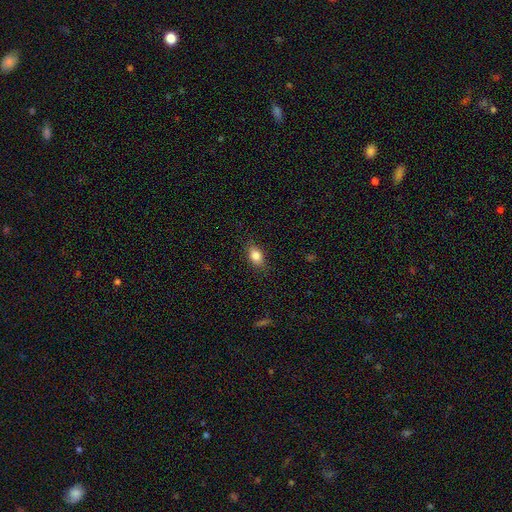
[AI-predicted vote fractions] Smooth or featured: smooth — 84% (star or artifact — 9%)
How rounded: in between — 81% (round — 15%)
Merging: none — 85% (minor disturbance — 11%)